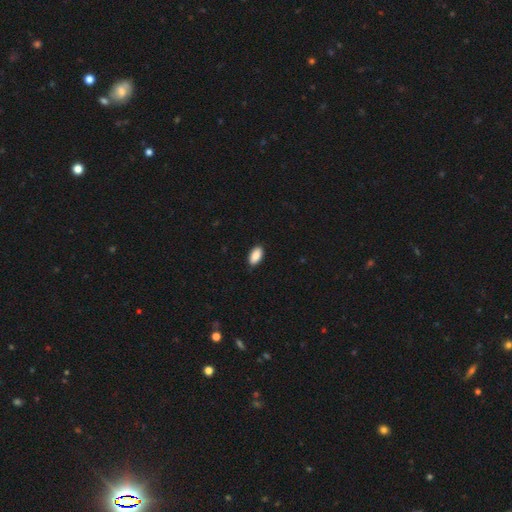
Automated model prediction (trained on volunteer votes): smooth-or-featured: smooth: 90% | star or artifact: 7% | featured or disk: 4%
  how-rounded: in between: 94% | cigar-shaped: 3% | round: 3%
  merging: none: 87% | minor disturbance: 10% | major disturbance: 2% | merger: 1%